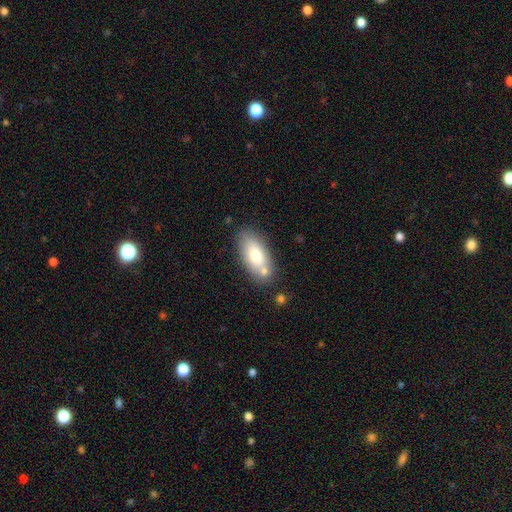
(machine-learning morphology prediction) A smooth galaxy with no disk features (74%) that is in between round and cigar-shaped (88%). Merging: none (68%).